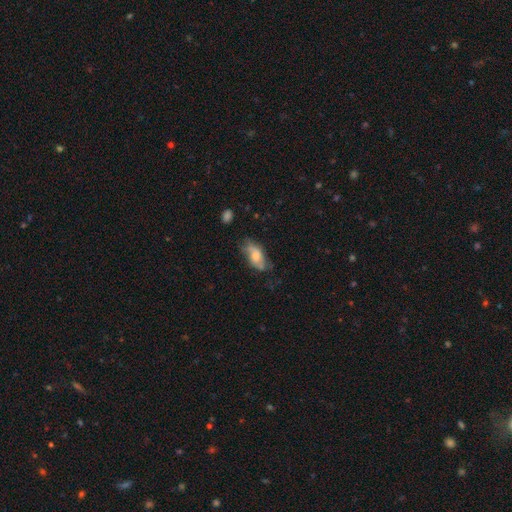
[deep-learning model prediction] smooth-or-featured: smooth: 60% | featured or disk: 33% | star or artifact: 7%
  how-rounded: in between: 86% | cigar-shaped: 10% | round: 4%
  merging: none: 58% | minor disturbance: 30% | major disturbance: 9% | merger: 2%